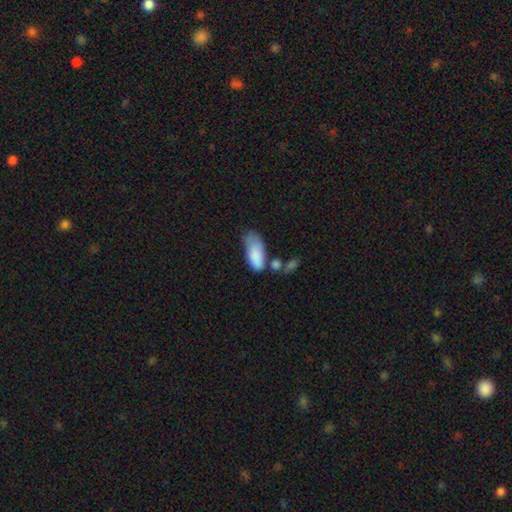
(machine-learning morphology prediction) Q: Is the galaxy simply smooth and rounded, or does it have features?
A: smooth — 82%.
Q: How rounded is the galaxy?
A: in between — 86%.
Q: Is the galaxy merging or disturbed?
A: minor disturbance — 33%.